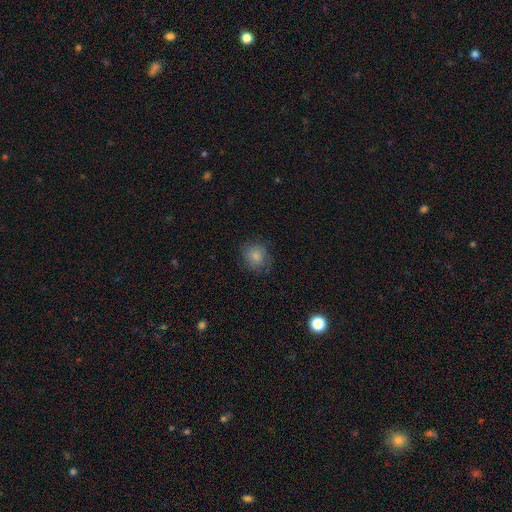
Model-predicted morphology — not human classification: smooth-or-featured: smooth: 82% | featured or disk: 9% | star or artifact: 9%
  how-rounded: round: 79% | in between: 20% | cigar-shaped: 1%
  merging: none: 75% | minor disturbance: 18% | major disturbance: 6% | merger: 1%